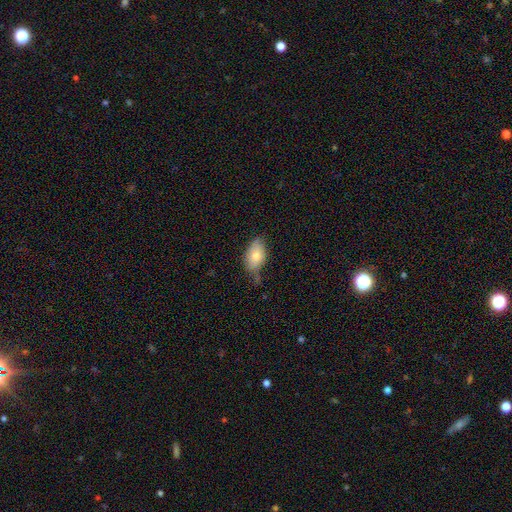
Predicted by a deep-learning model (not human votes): The model was most divided on "merging": none: 57%, minor disturbance: 33%, major disturbance: 6%, merger: 3%. More confident: how rounded — in between (91%); smooth or featured — smooth (73%).